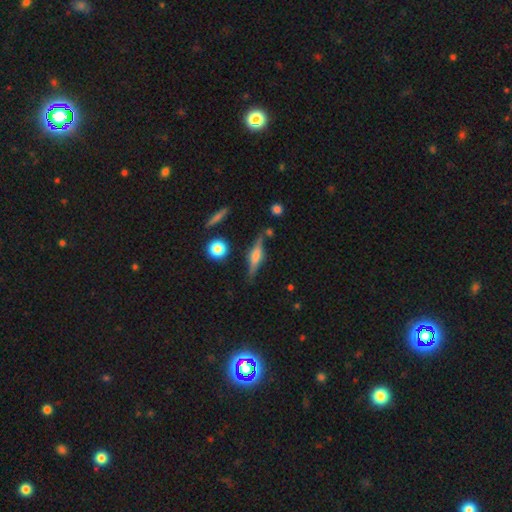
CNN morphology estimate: Smooth or featured?
  - featured or disk: 69% *
  - smooth: 24%
  - star or artifact: 7%
Edge-on disk?
  - yes: 96% *
  - no: 4%
Edge-on bulge?
  - rounded: 71% *
  - boxy: 24%
  - none: 5%
Merging?
  - none: 79% *
  - minor disturbance: 14%
  - merger: 3%
  - major disturbance: 3%